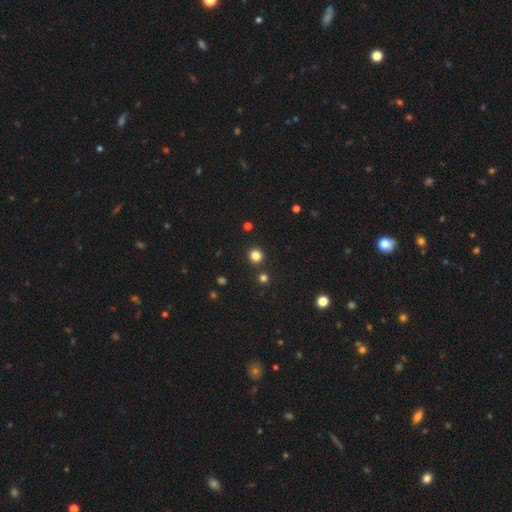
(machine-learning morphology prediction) The model was most divided on "smooth or featured": smooth: 81%, star or artifact: 15%, featured or disk: 4%. More confident: how rounded — round (94%); merging — none (90%).